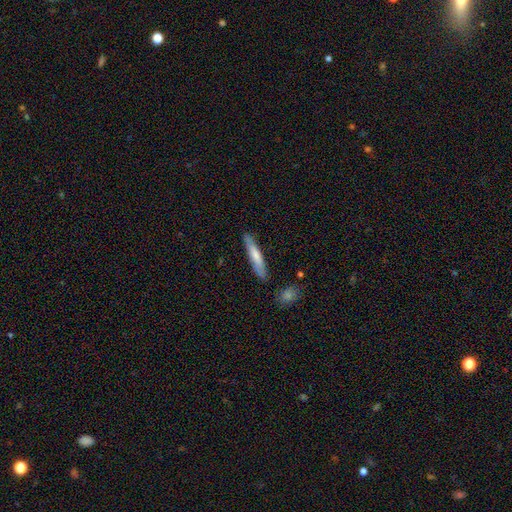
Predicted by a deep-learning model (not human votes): Smooth or featured: smooth — 67% (featured or disk — 28%)
How rounded: cigar-shaped — 89% (in between — 9%)
Merging: none — 83% (minor disturbance — 12%)